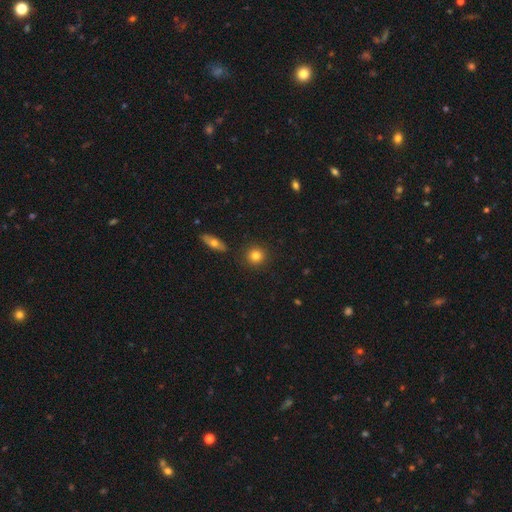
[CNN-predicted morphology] The model was most divided on "smooth or featured": smooth: 81%, star or artifact: 10%, featured or disk: 9%. More confident: how rounded — round (90%); merging — none (88%).